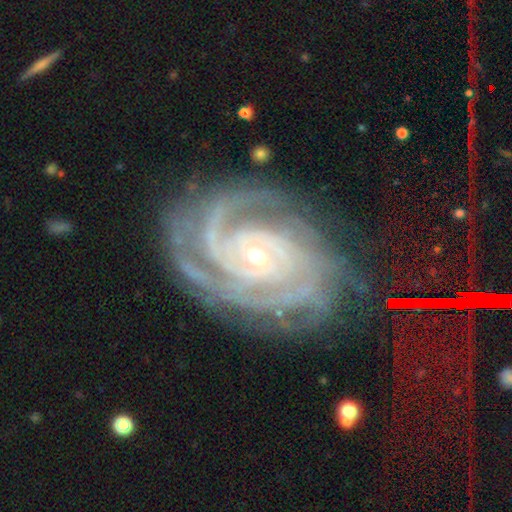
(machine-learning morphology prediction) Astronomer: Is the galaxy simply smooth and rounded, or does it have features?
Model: featured or disk — 91%.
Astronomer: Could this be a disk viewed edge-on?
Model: no — 97%.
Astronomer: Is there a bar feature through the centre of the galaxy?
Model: no — 60%.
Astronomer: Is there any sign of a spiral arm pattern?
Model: yes — 98%.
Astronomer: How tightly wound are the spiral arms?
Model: tight — 77%.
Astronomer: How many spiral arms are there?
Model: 3 — 28% (runner-up: 2, 21%).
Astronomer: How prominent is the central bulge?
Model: small — 70%.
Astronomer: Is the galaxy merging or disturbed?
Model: none — 71%.